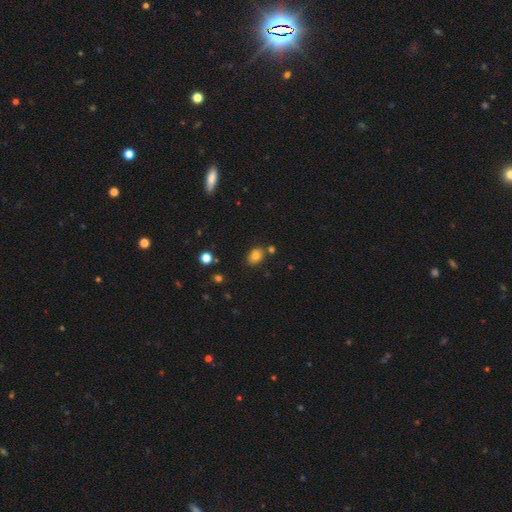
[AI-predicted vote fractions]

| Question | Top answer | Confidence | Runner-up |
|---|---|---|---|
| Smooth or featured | smooth | 79% | star or artifact (12%) |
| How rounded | in between | 70% | round (29%) |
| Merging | none | 75% | minor disturbance (13%) |